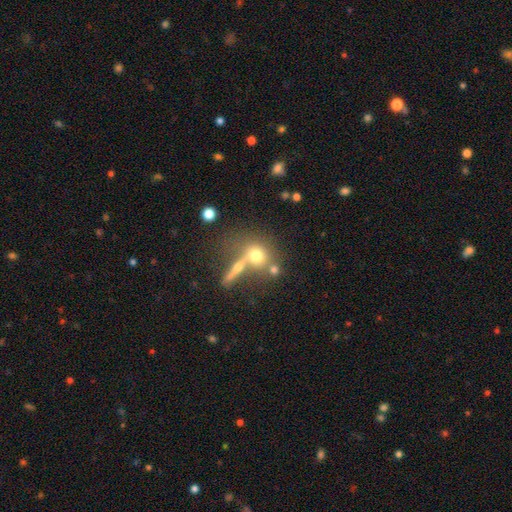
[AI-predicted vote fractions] Smooth or featured? Predicted: smooth (p=0.63). How rounded? Predicted: round (p=0.73). Merging? Predicted: none (p=0.47).